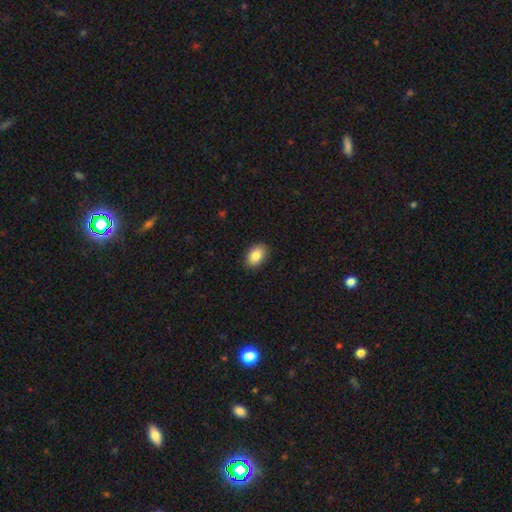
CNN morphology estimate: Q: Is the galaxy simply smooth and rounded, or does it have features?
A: smooth — 86%.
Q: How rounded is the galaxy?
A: in between — 86%.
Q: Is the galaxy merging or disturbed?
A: none — 89%.